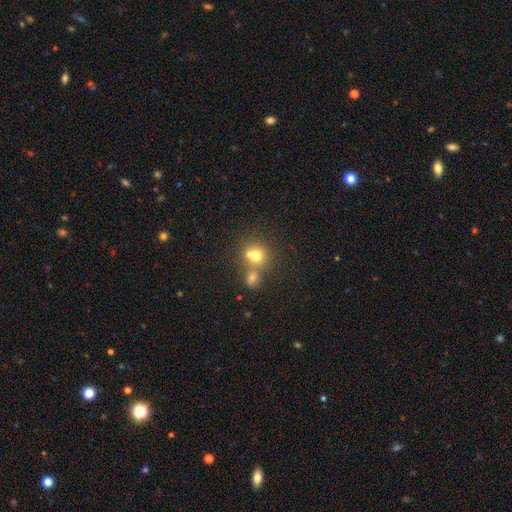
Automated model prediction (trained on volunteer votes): This appears to be a smooth galaxy with no disk features (68%) that is round (80%). Merging: merger (52%).